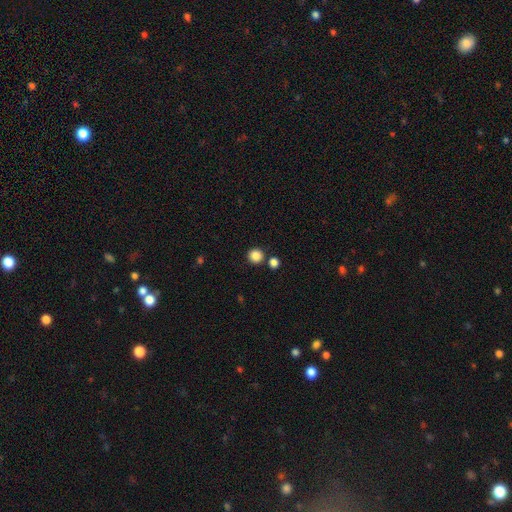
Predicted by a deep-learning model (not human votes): Smooth or featured? smooth (86%)
How rounded? round (93%)
Merging? none (82%)